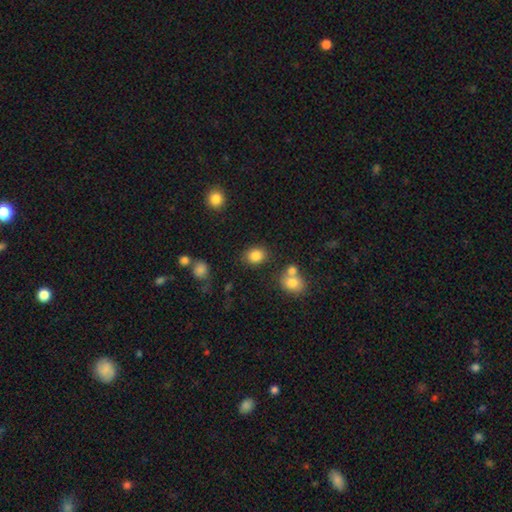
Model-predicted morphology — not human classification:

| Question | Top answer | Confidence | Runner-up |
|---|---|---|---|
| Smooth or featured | smooth | 84% | star or artifact (11%) |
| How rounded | round | 58% | in between (41%) |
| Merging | none | 80% | minor disturbance (10%) |